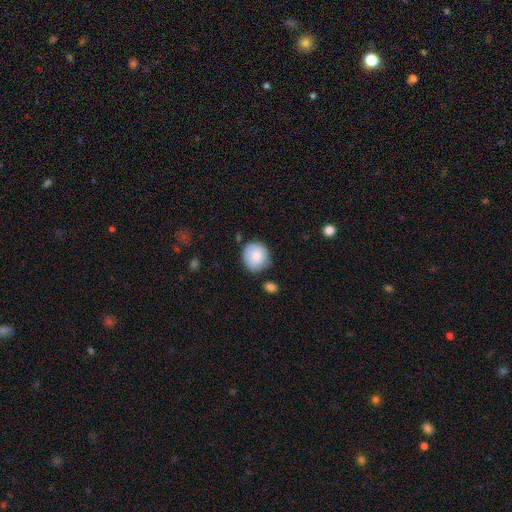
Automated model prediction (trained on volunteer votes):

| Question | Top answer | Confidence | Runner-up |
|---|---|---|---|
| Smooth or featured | smooth | 85% | featured or disk (8%) |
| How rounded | round | 87% | in between (12%) |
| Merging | none | 74% | minor disturbance (18%) |